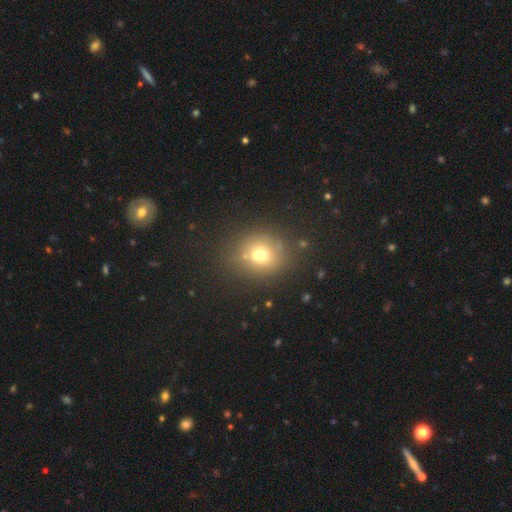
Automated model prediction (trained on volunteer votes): Overall: smooth (66%). How rounded: round (77%). Merging: none (62%).